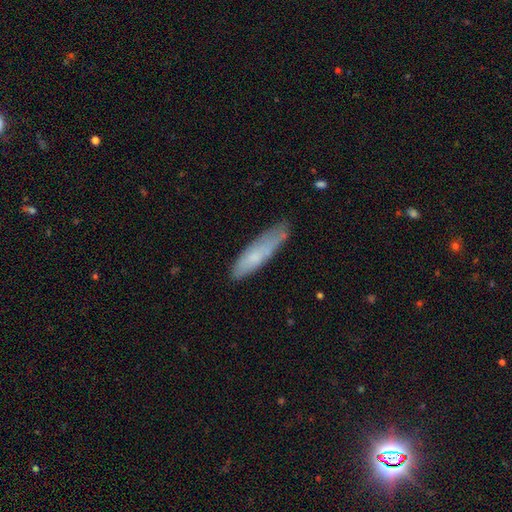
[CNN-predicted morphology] Overall: smooth (68%). How rounded: cigar-shaped (72%). Merging: none (62%; minor disturbance 28%).